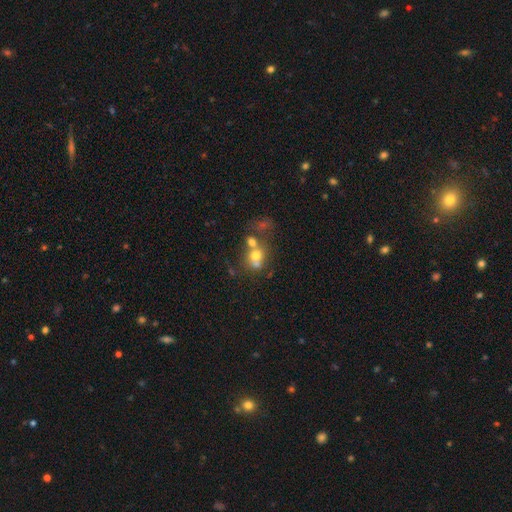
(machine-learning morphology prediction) This appears to be a smooth galaxy with no disk features (62%) that is round (72%). Merging: merger (52%).